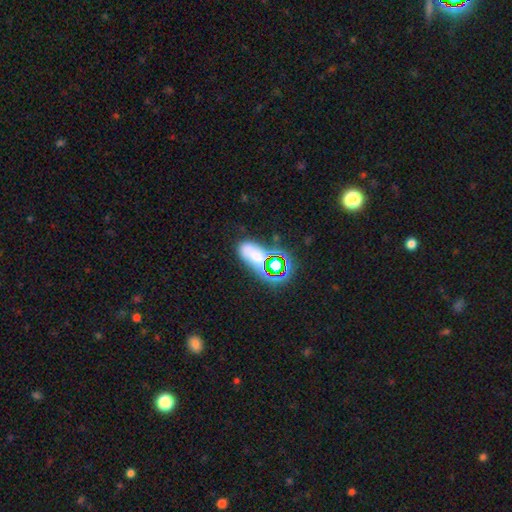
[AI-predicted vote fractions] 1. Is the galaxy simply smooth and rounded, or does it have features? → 52% smooth, 33% star or artifact, 15% featured or disk.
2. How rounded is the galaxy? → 81% in between, 13% round, 6% cigar-shaped.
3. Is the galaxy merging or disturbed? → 47% none, 23% minor disturbance, 16% merger, 15% major disturbance.